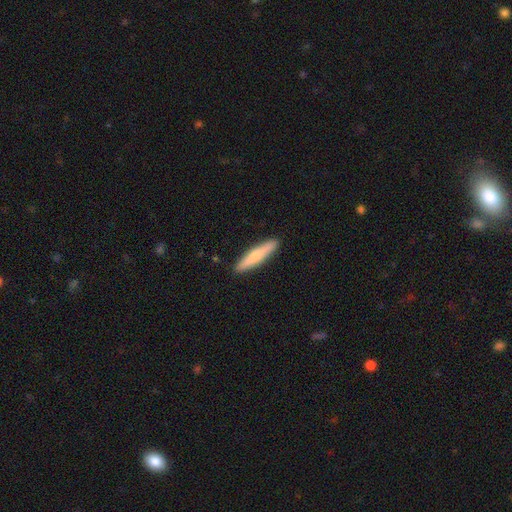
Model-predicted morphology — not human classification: Q: Smooth or featured?
A: smooth (69%); runner-up: featured or disk (26%)
Q: How rounded?
A: cigar-shaped (89%); runner-up: in between (10%)
Q: Merging?
A: none (91%); runner-up: minor disturbance (6%)